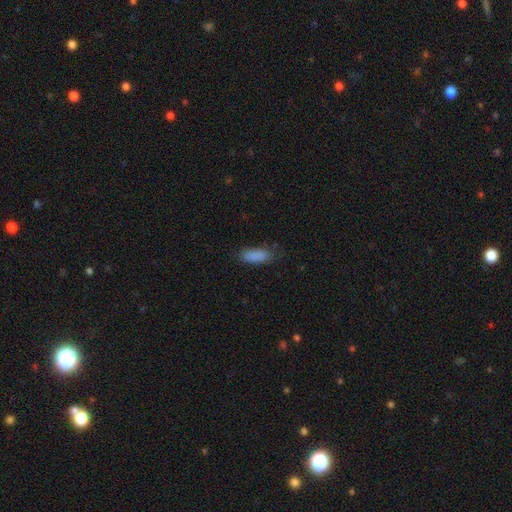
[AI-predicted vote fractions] smooth-or-featured: smooth: 87% | star or artifact: 8% | featured or disk: 5%
  how-rounded: in between: 81% | cigar-shaped: 17% | round: 2%
  merging: none: 75% | minor disturbance: 19% | major disturbance: 5% | merger: 1%